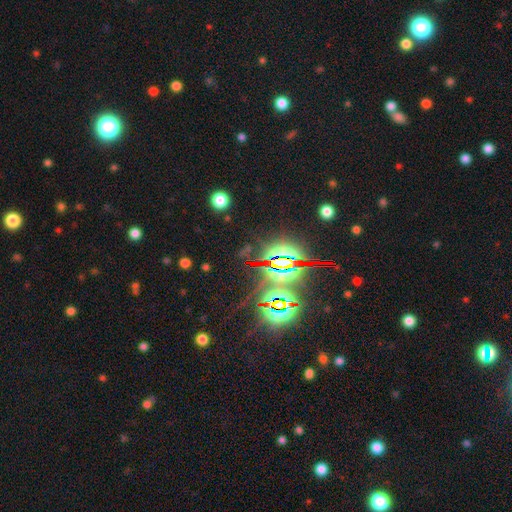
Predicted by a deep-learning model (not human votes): A star or artifact, not a galaxy (82%).

Vote fractions:
- Smooth or featured? star or artifact: 82% / smooth: 10% / featured or disk: 7%